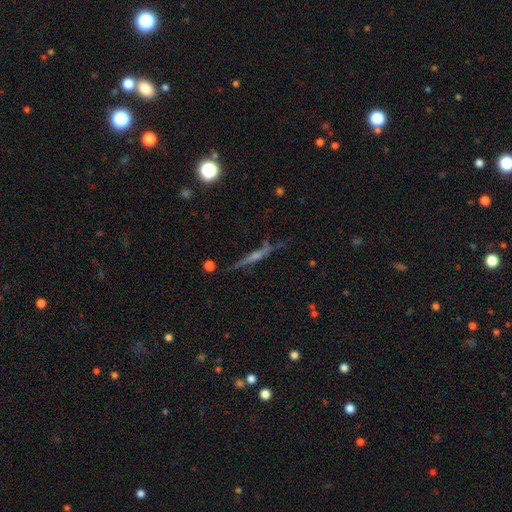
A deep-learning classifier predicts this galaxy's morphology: A featured or disk galaxy (66%) viewed edge-on (95%) with a rounded central bulge (52%). Merging: none (77%).